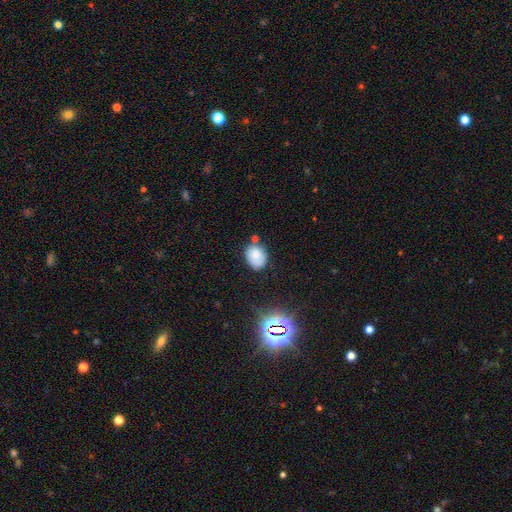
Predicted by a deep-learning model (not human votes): Smooth or featured? Predicted: smooth (p=0.77). How rounded? Predicted: in between (p=0.60). Merging? Predicted: none (p=0.63).